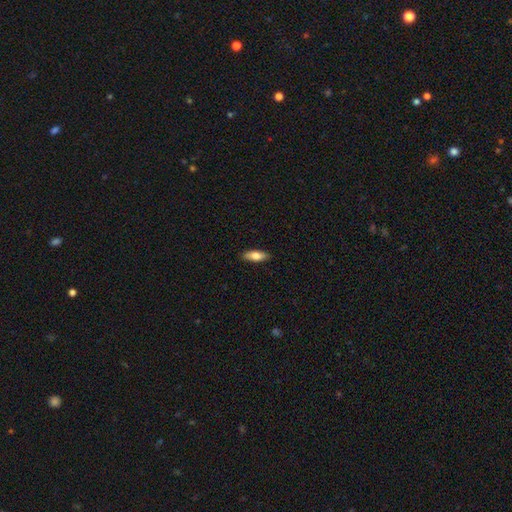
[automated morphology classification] The model was most divided on "how rounded": in between: 69%, cigar-shaped: 28%, round: 3%. More confident: merging — none (88%); smooth or featured — smooth (73%).